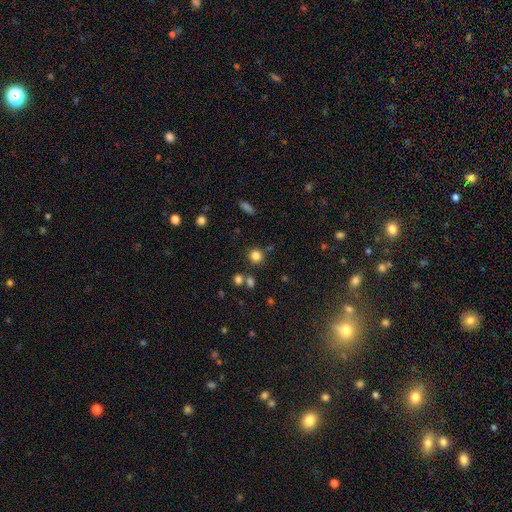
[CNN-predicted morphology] smooth-or-featured: smooth: 81% | star or artifact: 14% | featured or disk: 5%
  how-rounded: round: 90% | in between: 8% | cigar-shaped: 1%
  merging: none: 80% | merger: 9% | minor disturbance: 8% | major disturbance: 3%